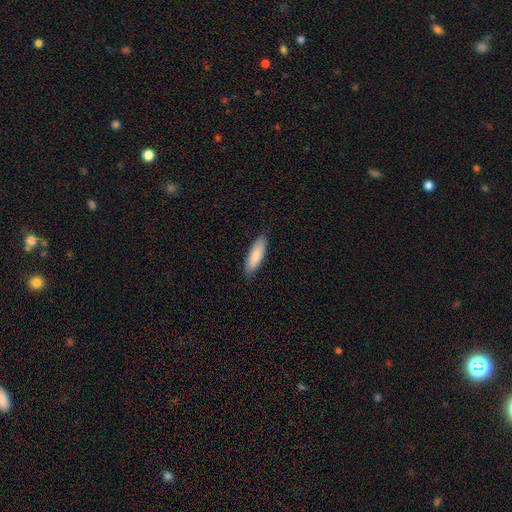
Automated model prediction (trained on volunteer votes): The model was most divided on "how rounded": cigar-shaped: 51%, in between: 48%, round: 1%. More confident: merging — none (86%); smooth or featured — smooth (84%).